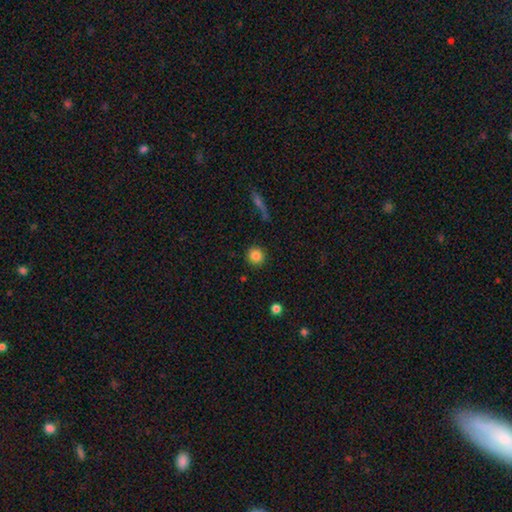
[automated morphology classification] This appears to be a smooth galaxy with no disk features (85%) that is round (94%). Merging: none (90%).